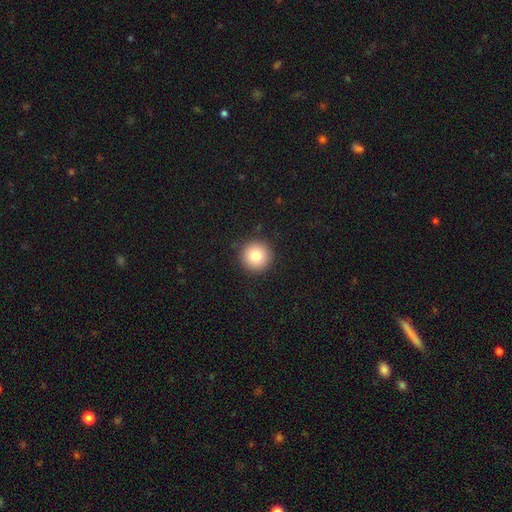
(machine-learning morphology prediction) smooth 81%, star or artifact 10%, featured or disk 9%. Down the decision tree: how rounded — round (96%); merging — none (91%).